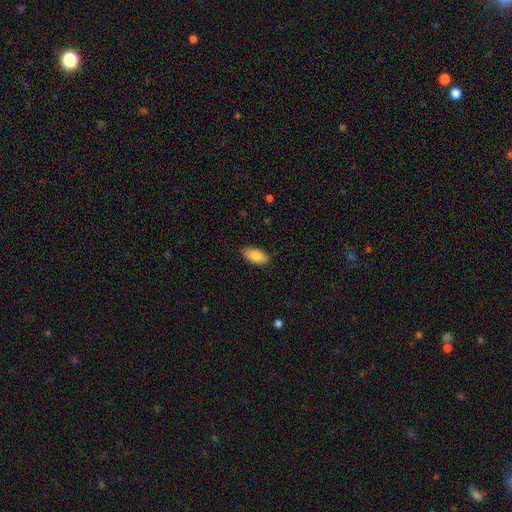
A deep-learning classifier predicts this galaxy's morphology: This appears to be a smooth galaxy with no disk features (84%) that is in between round and cigar-shaped (90%). Merging: none (88%).